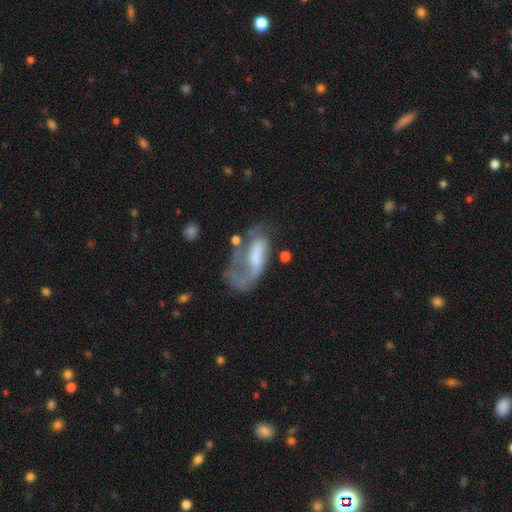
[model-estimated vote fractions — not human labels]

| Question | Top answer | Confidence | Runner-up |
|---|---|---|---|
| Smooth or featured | featured or disk | 67% | smooth (25%) |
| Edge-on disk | no | 94% | yes (6%) |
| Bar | no | 40% | weak (38%) |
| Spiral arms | yes | 77% | no (23%) |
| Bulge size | none | 32% | moderate (28%) |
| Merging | major disturbance | 43% | none (31%) |